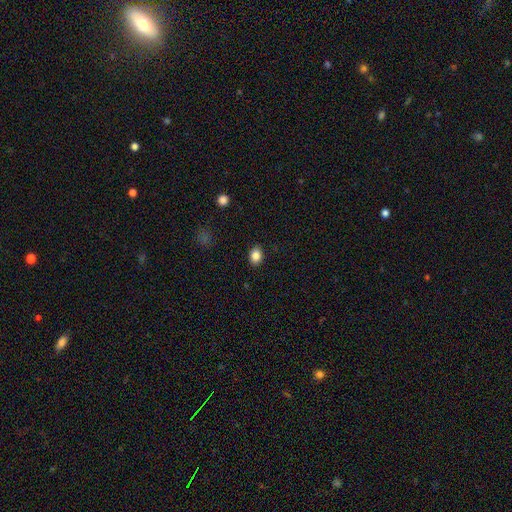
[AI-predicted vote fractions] Smooth or featured? smooth (86%)
How rounded? in between (65%)
Merging? none (88%)